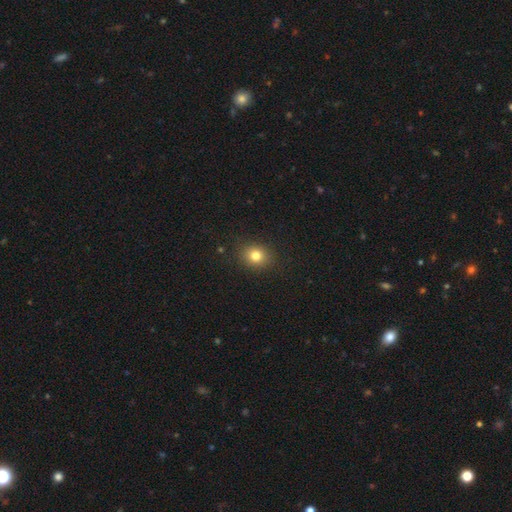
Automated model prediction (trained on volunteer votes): Q: Smooth or featured?
A: smooth (80%); runner-up: star or artifact (13%)
Q: How rounded?
A: round (71%); runner-up: in between (28%)
Q: Merging?
A: none (89%); runner-up: minor disturbance (8%)